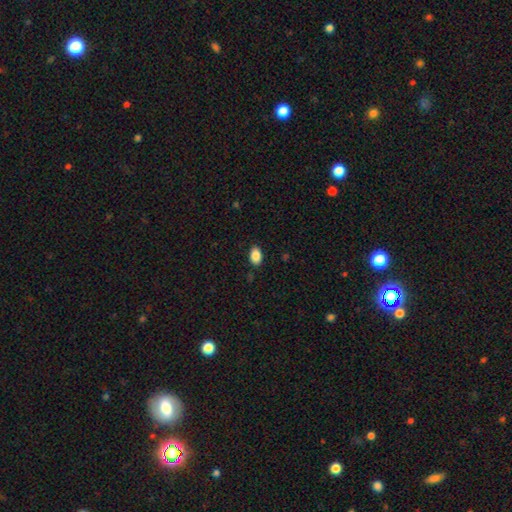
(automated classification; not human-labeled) A smooth galaxy with no disk features (88%) that is in between round and cigar-shaped (90%). Merging: none (87%).